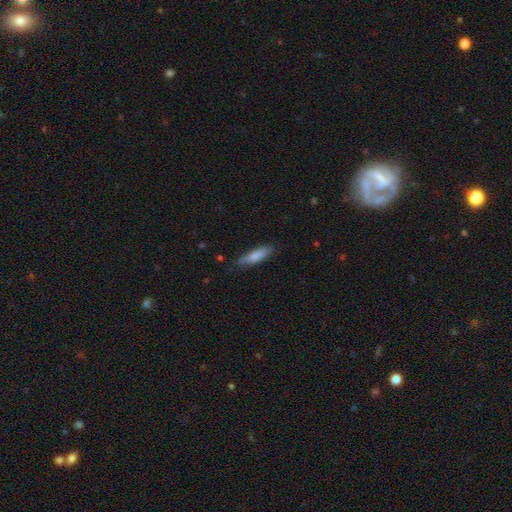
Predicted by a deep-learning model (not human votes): smooth 82%, featured or disk 12%, star or artifact 6%. Down the decision tree: how rounded — cigar-shaped (61%); merging — none (76%).